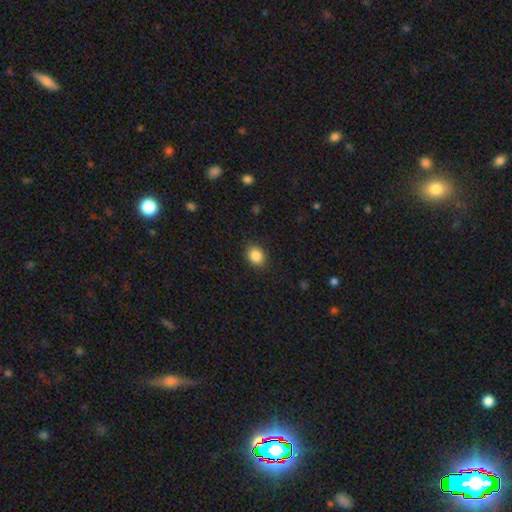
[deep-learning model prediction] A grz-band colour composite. It shows a smooth galaxy with no disk features (87%) that is in between round and cigar-shaped (56%). Merging: none (87%).